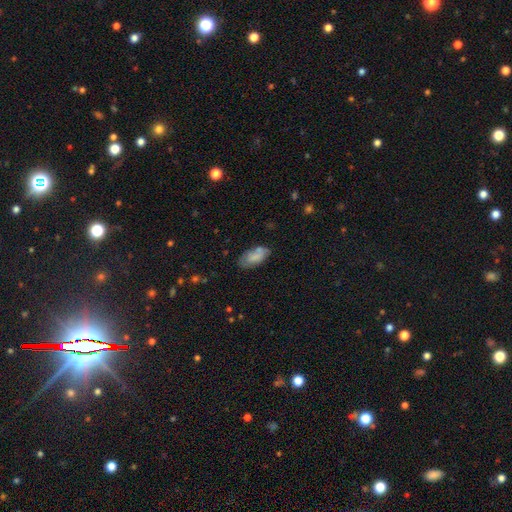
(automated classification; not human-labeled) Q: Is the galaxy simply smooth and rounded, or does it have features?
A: smooth — 75%.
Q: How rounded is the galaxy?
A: in between — 91%.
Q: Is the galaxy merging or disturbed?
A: none — 67%.